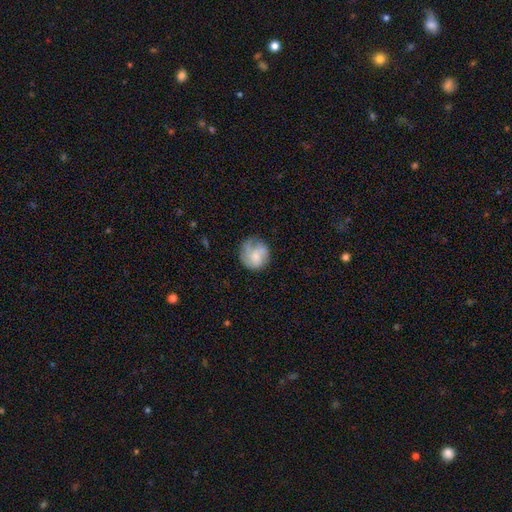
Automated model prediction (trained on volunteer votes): This is possibly a smooth galaxy (48%). Merging: likely none (61%).